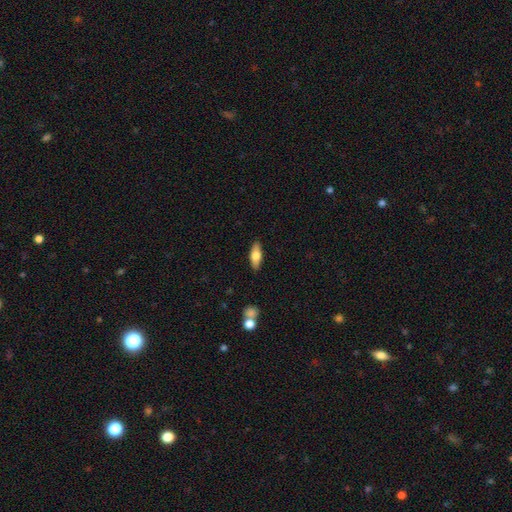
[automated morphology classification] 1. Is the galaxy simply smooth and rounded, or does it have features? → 66% smooth, 28% featured or disk, 6% star or artifact.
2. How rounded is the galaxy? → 70% in between, 28% cigar-shaped, 3% round.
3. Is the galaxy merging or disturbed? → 88% none, 9% minor disturbance, 2% major disturbance, 2% merger.